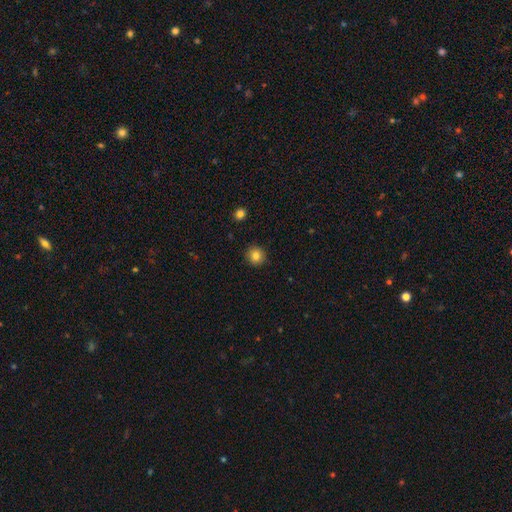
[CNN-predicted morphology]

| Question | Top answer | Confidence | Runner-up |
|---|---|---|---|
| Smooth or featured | smooth | 83% | star or artifact (10%) |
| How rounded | round | 91% | in between (8%) |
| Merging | none | 89% | minor disturbance (8%) |